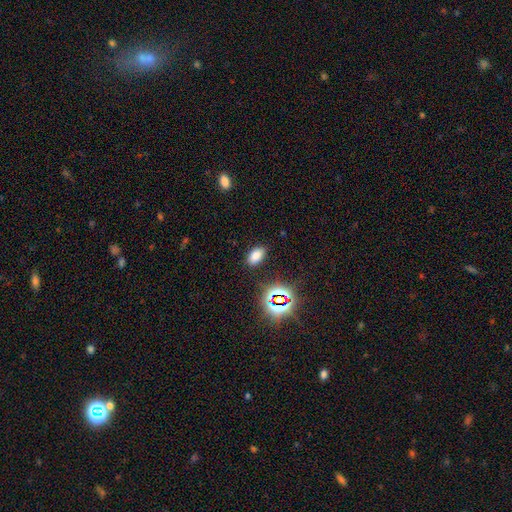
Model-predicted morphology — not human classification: Smooth or featured? smooth (73%)
How rounded? in between (90%)
Merging? none (86%)